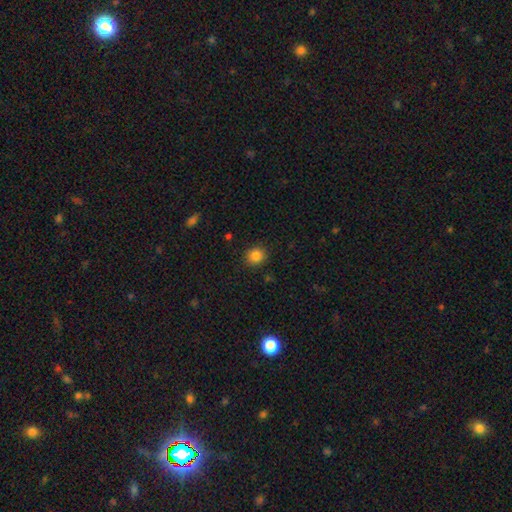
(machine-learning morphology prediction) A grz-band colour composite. It shows a smooth galaxy with no disk features (85%) that is round (86%). Merging: none (89%).